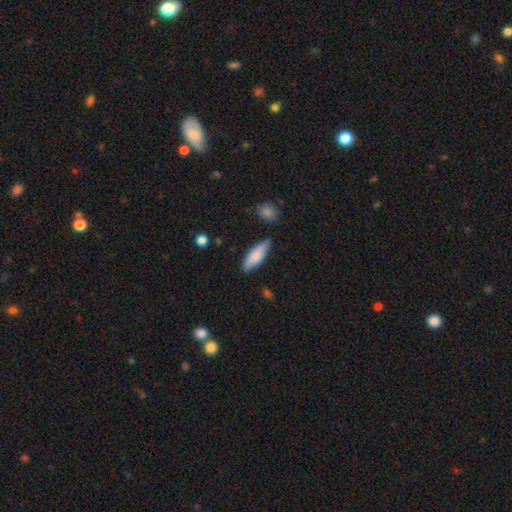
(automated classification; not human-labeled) smooth 79%, featured or disk 15%, star or artifact 6%. Down the decision tree: how rounded — in between (56%); merging — none (80%).